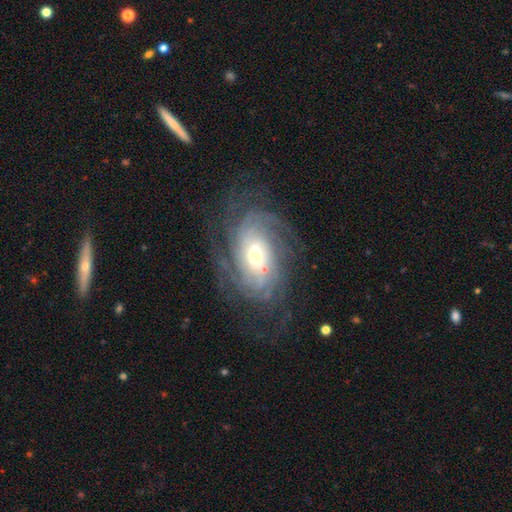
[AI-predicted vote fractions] smooth-or-featured: featured or disk: 86% | smooth: 7% | star or artifact: 6%
  disk-edge-on: no: 96% | yes: 4%
    bar: no: 50% | weak: 36% | strong: 14%
    has-spiral-arms: yes: 97% | no: 3%
      spiral-winding: tight: 59% | medium: 32% | loose: 10%
      spiral-arm-count: can't tell: 30% | 4: 18% | 3: 18% | 2: 15% | more than 4: 11% | 1: 8%
    bulge-size: moderate: 48% | large: 32% | small: 15% | dominant: 3% | none: 2%
  merging: none: 69% | minor disturbance: 17% | major disturbance: 12% | merger: 2%